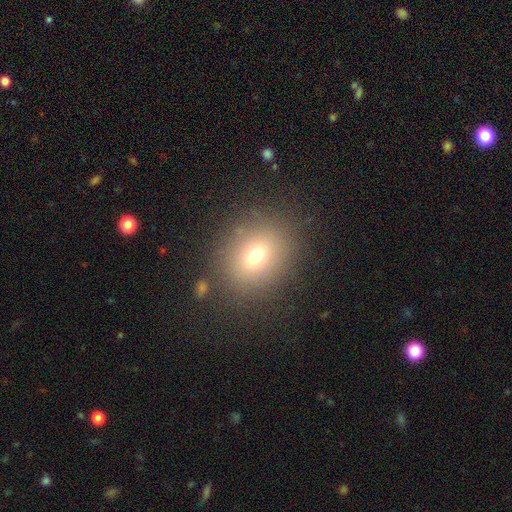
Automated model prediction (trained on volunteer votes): Smooth or featured?
  - smooth: 70% *
  - star or artifact: 17%
  - featured or disk: 13%
How rounded?
  - round: 70% *
  - in between: 29%
  - cigar-shaped: 1%
Merging?
  - none: 83% *
  - minor disturbance: 9%
  - major disturbance: 5%
  - merger: 2%